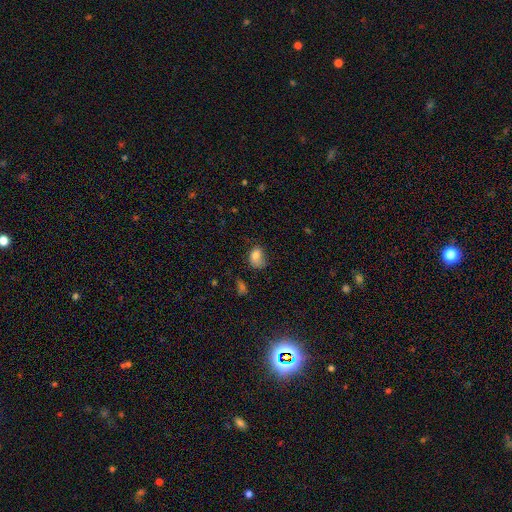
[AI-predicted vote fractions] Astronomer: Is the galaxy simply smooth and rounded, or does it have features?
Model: smooth — 77%.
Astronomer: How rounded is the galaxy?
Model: in between — 70%.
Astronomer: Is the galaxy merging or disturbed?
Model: none — 36% (runner-up: minor disturbance, 34%).